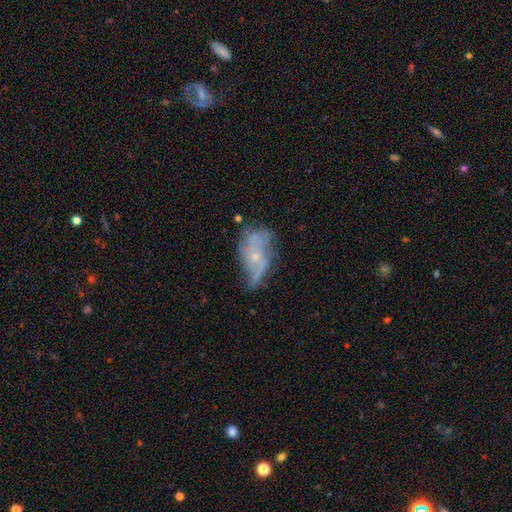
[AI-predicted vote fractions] This appears to be a featured or disk galaxy (69%) with no bar (79%), spiral arms (71%) and a small central bulge (72%). Merging: none (39%).